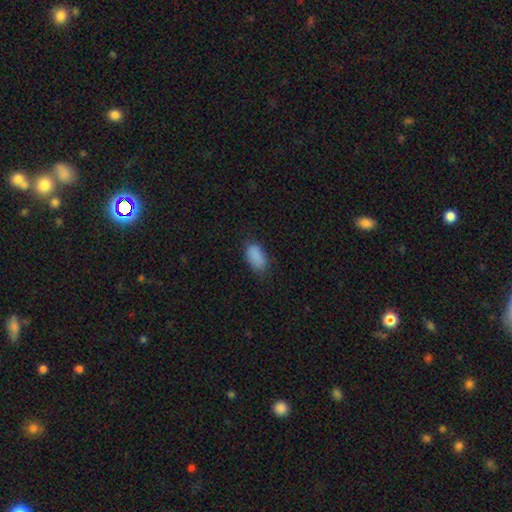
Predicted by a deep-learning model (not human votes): Smooth or featured? smooth (88%)
How rounded? in between (93%)
Merging? none (78%)